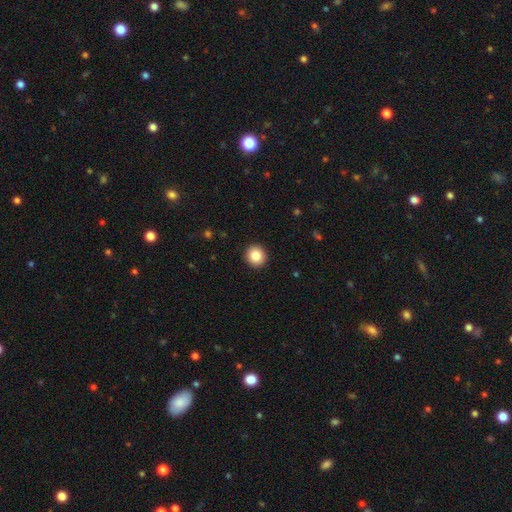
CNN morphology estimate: The model was most divided on "smooth or featured": smooth: 85%, star or artifact: 9%, featured or disk: 6%. More confident: merging — none (93%); how rounded — round (91%).